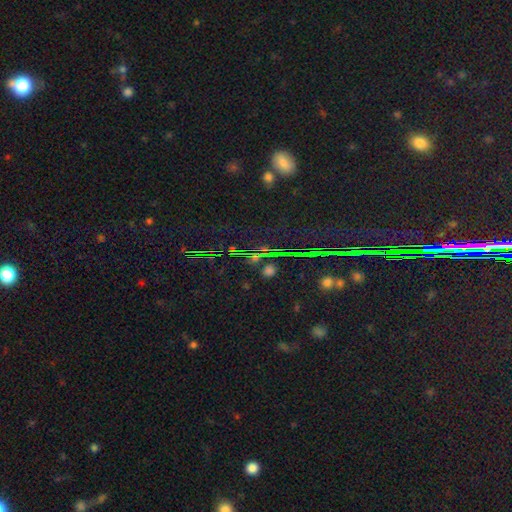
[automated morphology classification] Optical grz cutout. It shows a star or artifact, not a galaxy (71%).